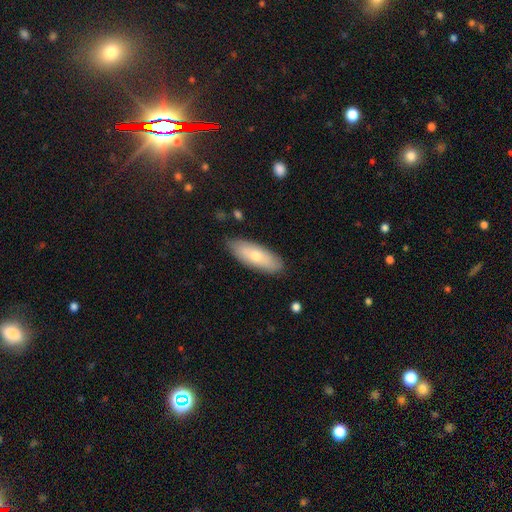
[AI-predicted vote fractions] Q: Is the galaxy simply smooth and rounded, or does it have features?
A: smooth — 67%.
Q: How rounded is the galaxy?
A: in between — 67%.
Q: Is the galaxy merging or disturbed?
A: none — 85%.